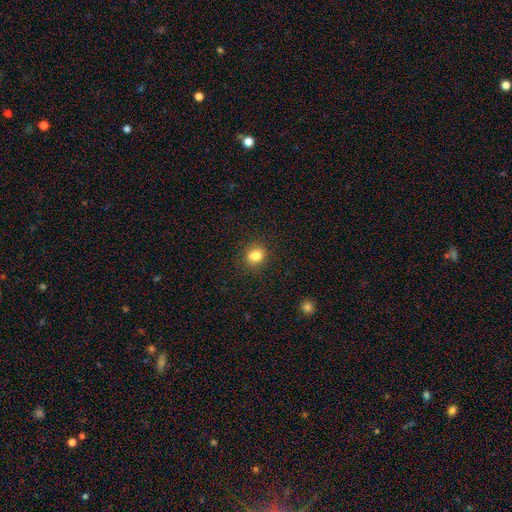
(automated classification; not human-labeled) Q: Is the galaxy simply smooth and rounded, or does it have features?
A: smooth — 80%.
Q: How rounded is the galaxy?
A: round — 63%.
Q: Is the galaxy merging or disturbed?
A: none — 72%.